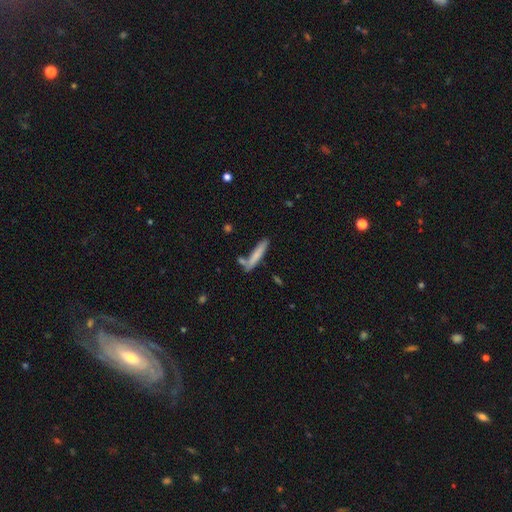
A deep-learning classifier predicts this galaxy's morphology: smooth-or-featured: smooth: 71% | featured or disk: 22% | star or artifact: 6%
  how-rounded: cigar-shaped: 91% | in between: 7% | round: 1%
  merging: none: 72% | minor disturbance: 14% | merger: 10% | major disturbance: 3%